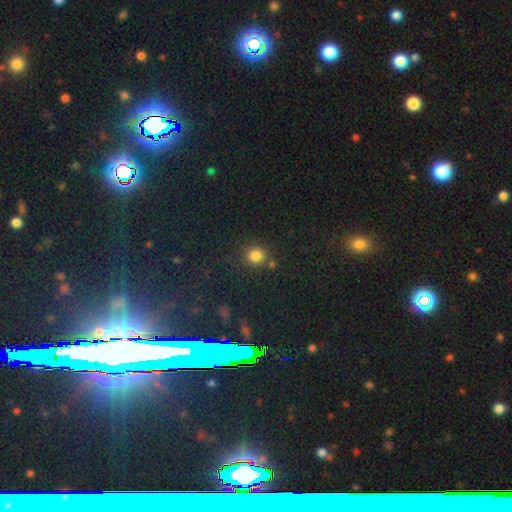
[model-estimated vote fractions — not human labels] smooth-or-featured: smooth: 80% | star or artifact: 15% | featured or disk: 5%
  how-rounded: round: 88% | in between: 11% | cigar-shaped: 1%
  merging: none: 78% | minor disturbance: 10% | merger: 8% | major disturbance: 4%